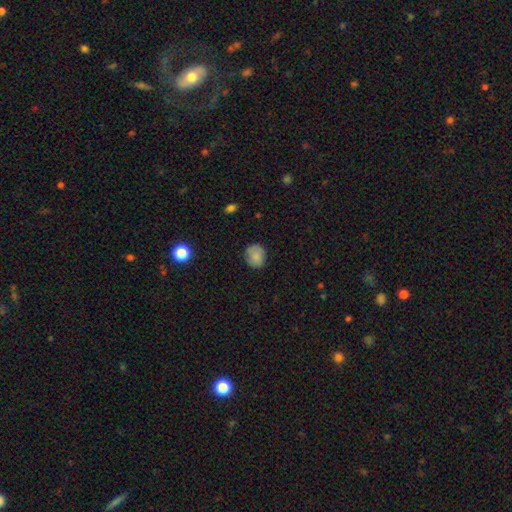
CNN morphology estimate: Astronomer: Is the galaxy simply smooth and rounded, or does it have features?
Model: smooth — 84%.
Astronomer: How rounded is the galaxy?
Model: round — 66%.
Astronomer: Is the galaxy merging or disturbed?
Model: none — 78%.